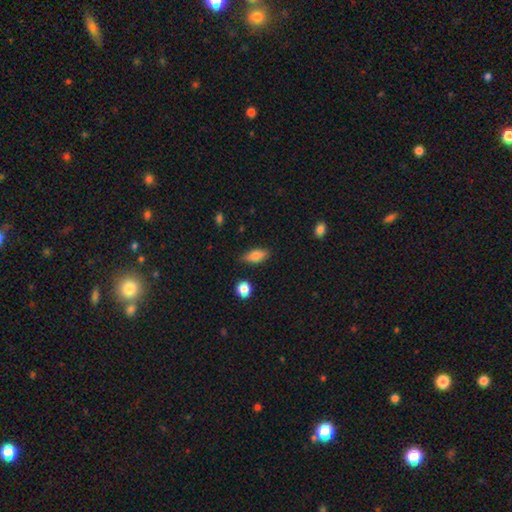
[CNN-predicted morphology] The model was most divided on "how rounded": in between: 76%, cigar-shaped: 19%, round: 5%. More confident: merging — none (80%); smooth or featured — smooth (76%).